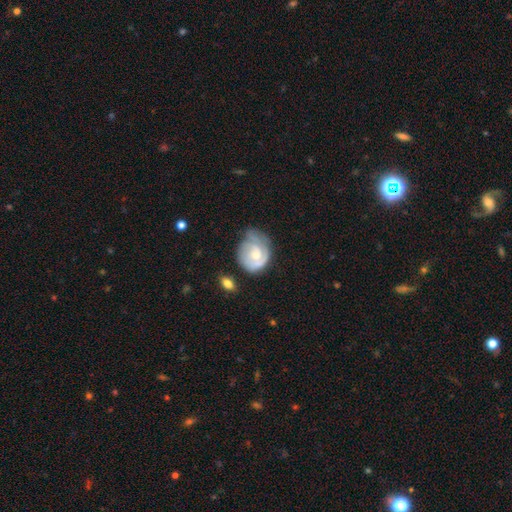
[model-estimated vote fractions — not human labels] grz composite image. It shows a featured or disk galaxy (65%) with no bar (71%), 2 (34%) tight (56%) spiral arms (82%) and a moderate central bulge (47%, tied with small). Merging: none (39%).